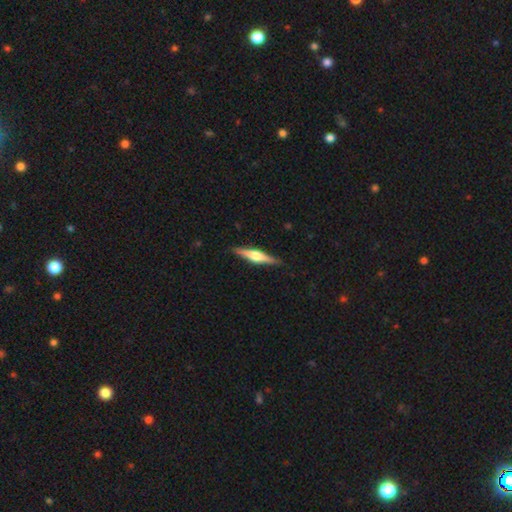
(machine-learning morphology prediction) Smooth or featured: featured or disk — 72% (smooth — 23%)
Edge-on disk: yes — 98% (no — 2%)
Edge-on bulge: rounded — 88% (boxy — 9%)
Merging: none — 90% (minor disturbance — 8%)